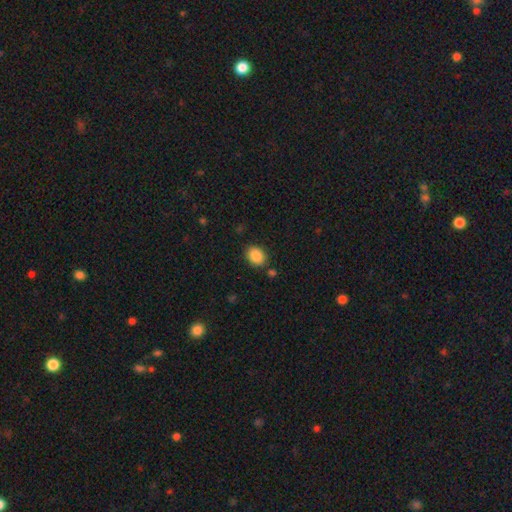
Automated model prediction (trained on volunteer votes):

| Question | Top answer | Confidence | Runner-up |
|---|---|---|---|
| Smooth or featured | smooth | 88% | star or artifact (8%) |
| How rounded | in between | 59% | round (41%) |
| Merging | none | 83% | minor disturbance (10%) |